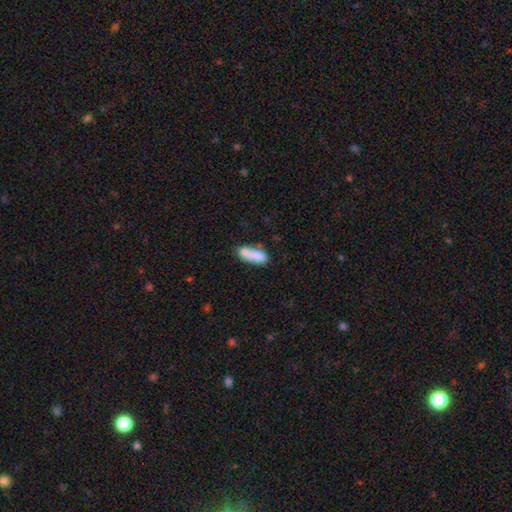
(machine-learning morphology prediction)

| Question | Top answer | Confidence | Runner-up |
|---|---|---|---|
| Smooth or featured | smooth | 76% | featured or disk (16%) |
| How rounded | in between | 66% | cigar-shaped (30%) |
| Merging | none | 38% | merger (35%) |